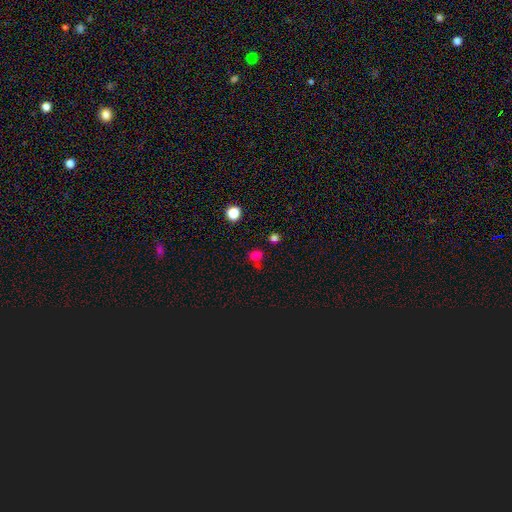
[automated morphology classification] Smooth or featured: smooth — 70% (star or artifact — 25%)
How rounded: round — 67% (in between — 32%)
Merging: none — 69% (minor disturbance — 14%)